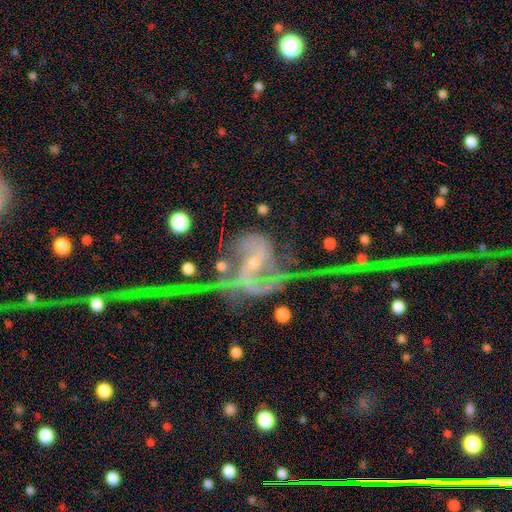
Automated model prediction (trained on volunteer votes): This is clearly a featured or disk galaxy (86%). It is clearly not viewed edge-on (97%). Bar: marginally weak (39%). Spiral arm pattern: clearly yes (91%). Spiral arm count: clearly 2 (85%). Spiral winding: possibly loose (59%). Central bulge: likely small (65%). Merging: marginally major disturbance (40%).